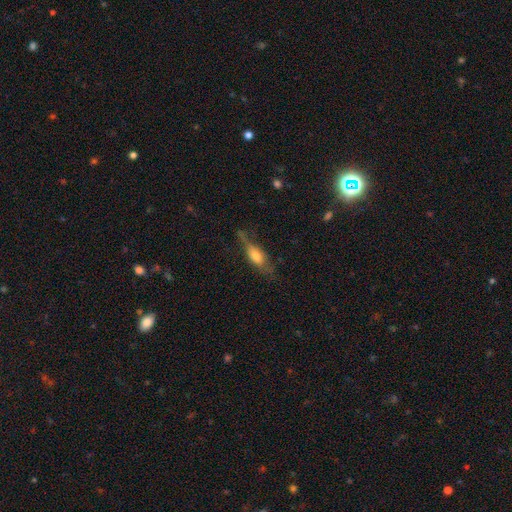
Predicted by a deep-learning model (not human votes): The model was most divided on "how rounded": in between: 54%, cigar-shaped: 43%, round: 4%. More confident: merging — none (54%); smooth or featured — smooth (52%).